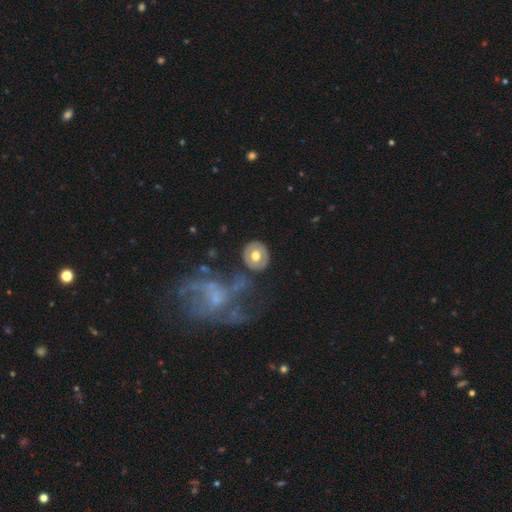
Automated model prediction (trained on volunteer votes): smooth 55%, featured or disk 38%, star or artifact 6%. Down the decision tree: how rounded — round (73%); merging — none (83%).